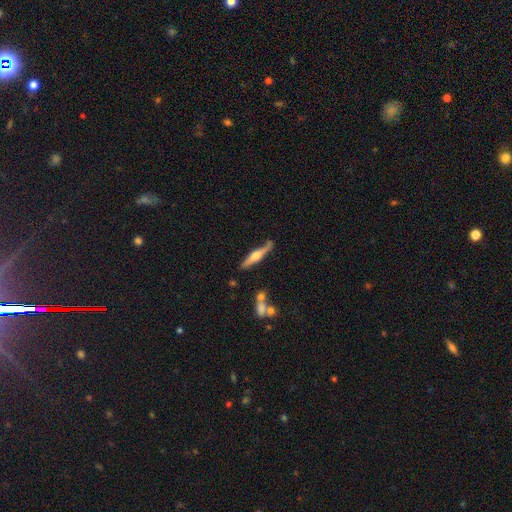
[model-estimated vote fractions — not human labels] Smooth or featured: featured or disk — 67% (smooth — 28%)
Edge-on disk: yes — 95% (no — 5%)
Edge-on bulge: rounded — 88% (boxy — 8%)
Merging: none — 76% (minor disturbance — 15%)